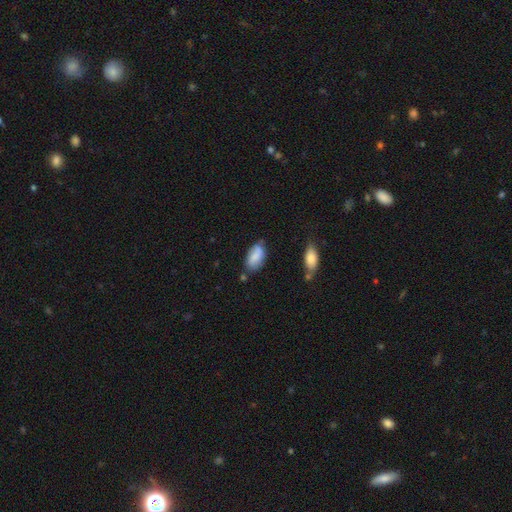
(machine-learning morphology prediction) Smooth or featured? Predicted: smooth (p=0.74). How rounded? Predicted: in between (p=0.92). Merging? Predicted: none (p=0.59).